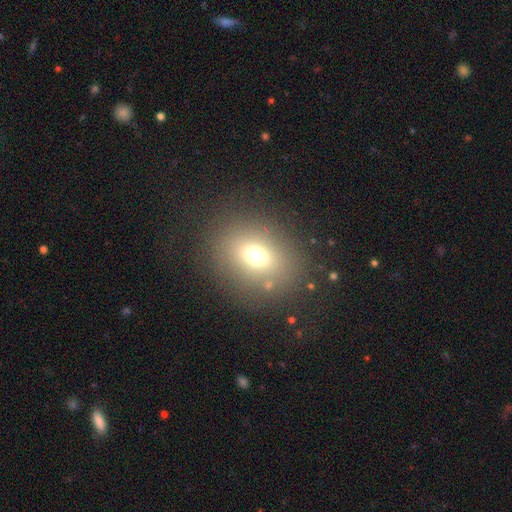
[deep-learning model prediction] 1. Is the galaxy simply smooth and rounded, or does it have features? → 68% smooth, 18% star or artifact, 14% featured or disk.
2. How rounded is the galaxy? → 51% round, 48% in between, 1% cigar-shaped.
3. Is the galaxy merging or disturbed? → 81% none, 10% minor disturbance, 6% major disturbance, 3% merger.